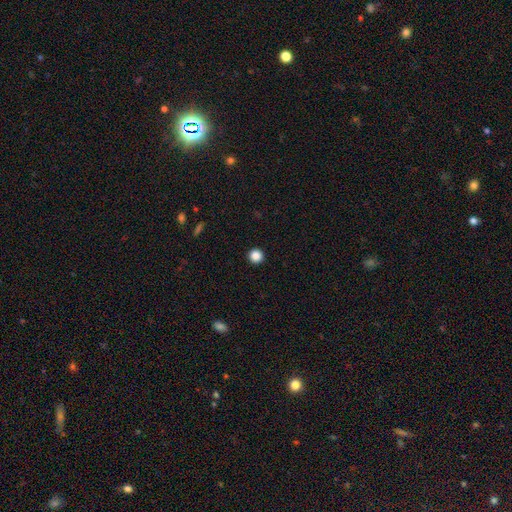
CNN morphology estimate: Smooth or featured: smooth — 87% (star or artifact — 11%)
How rounded: round — 96% (in between — 3%)
Merging: none — 94% (minor disturbance — 4%)